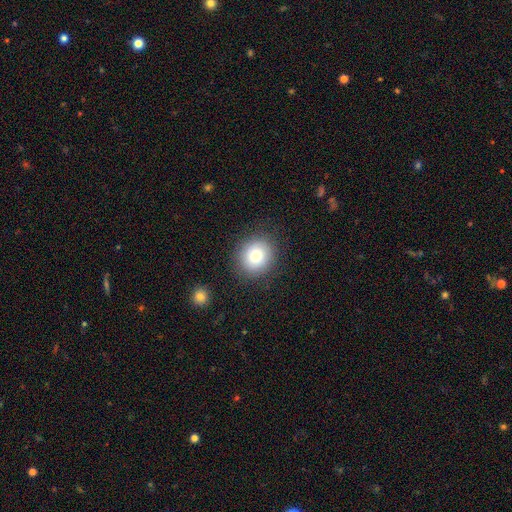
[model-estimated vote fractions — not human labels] Smooth or featured? Predicted: smooth (p=0.80). How rounded? Predicted: round (p=0.81). Merging? Predicted: none (p=0.87).